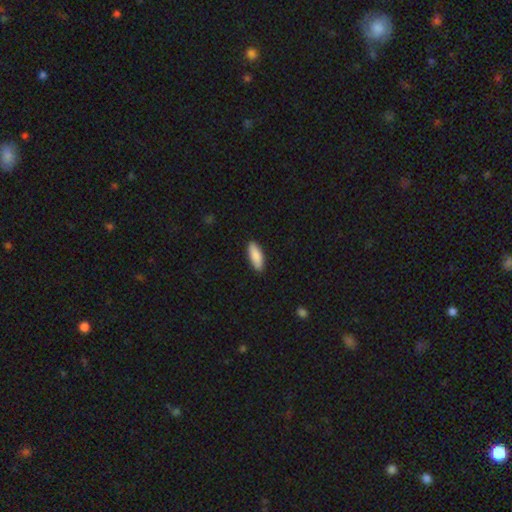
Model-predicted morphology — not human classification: type=smooth (89%); roundness=in between (66%); merging=none (90%).